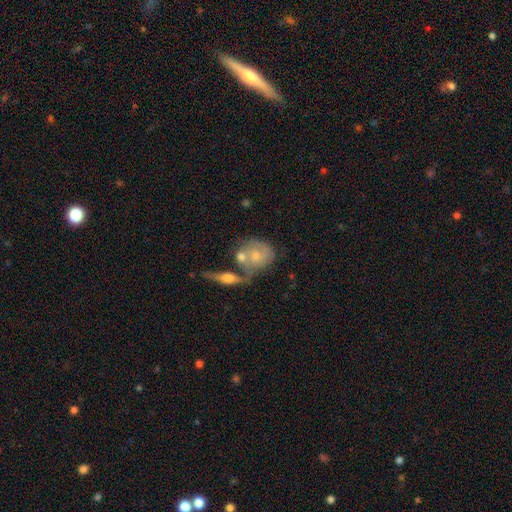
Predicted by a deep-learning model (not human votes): Smooth or featured? Predicted: featured or disk (p=0.53). Edge-on disk? Predicted: no (p=0.87). Merging? Predicted: none (p=0.38).